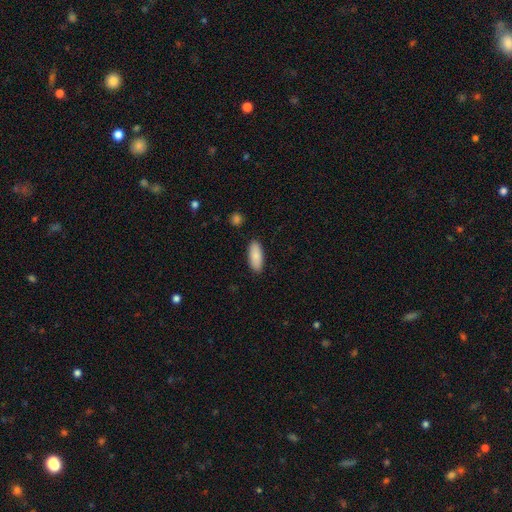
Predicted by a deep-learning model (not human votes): This is clearly a smooth galaxy (87%). How rounded: clearly in between (80%). Merging: clearly none (88%).